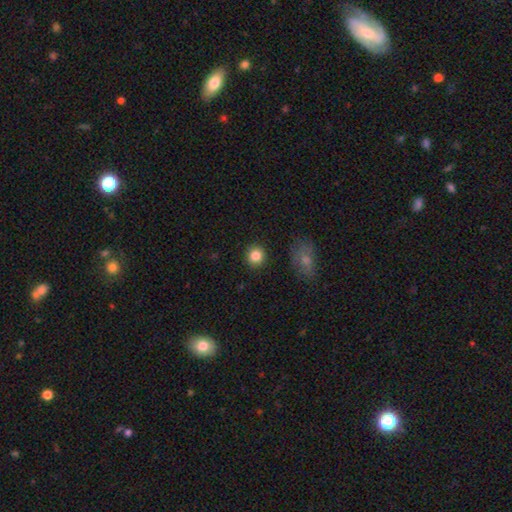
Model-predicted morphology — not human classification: smooth_or_featured: smooth (p=0.85) [alt: star or artifact p=0.10]
how_rounded: round (p=0.90) [alt: in between p=0.09]
merging: none (p=0.91) [alt: minor disturbance p=0.06]